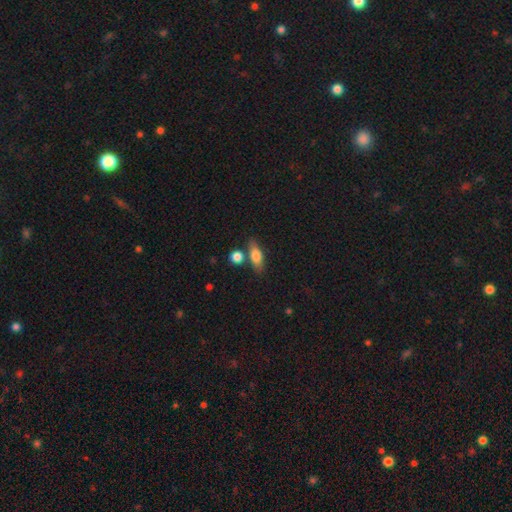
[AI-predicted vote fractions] smooth_or_featured: smooth (p=0.74) [alt: featured or disk p=0.18]
how_rounded: in between (p=0.70) [alt: cigar-shaped p=0.23]
merging: none (p=0.66) [alt: minor disturbance p=0.15]